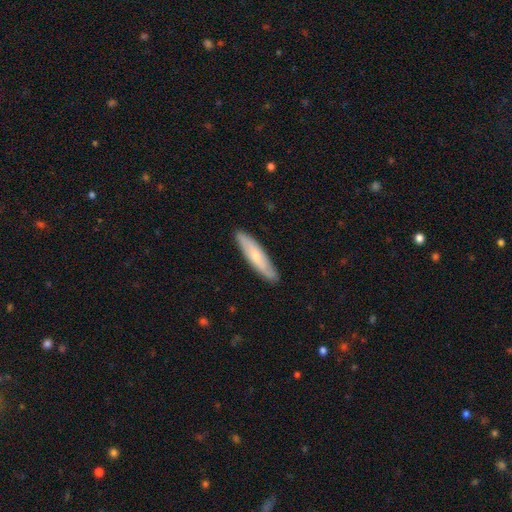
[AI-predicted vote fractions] This appears to be a smooth galaxy with no disk features (59%) that is cigar-shaped (79%). Merging: none (87%).